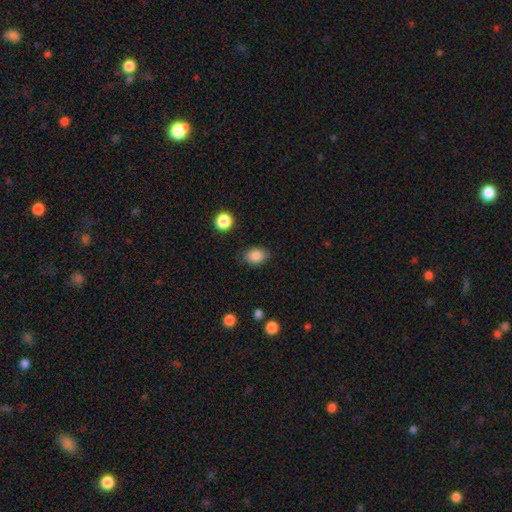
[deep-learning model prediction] A smooth galaxy with no disk features (86%) that is in between round and cigar-shaped (72%).

Vote fractions:
- Smooth or featured? smooth: 86% / star or artifact: 10% / featured or disk: 4%
- How rounded? in between: 72% / round: 27% / cigar-shaped: 1%
- Merging? none: 83% / minor disturbance: 12% / major disturbance: 3% / merger: 2%